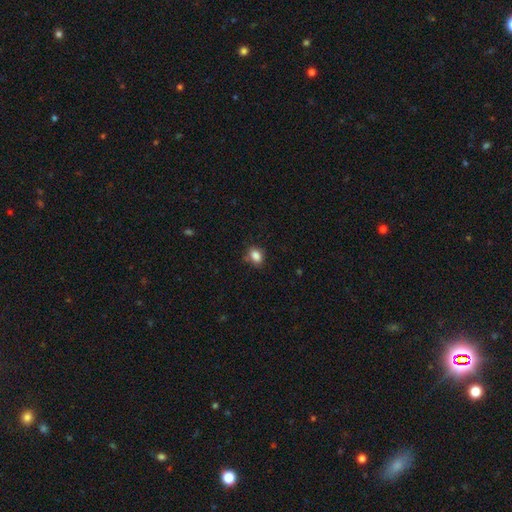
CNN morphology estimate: smooth-or-featured: smooth: 85% | star or artifact: 10% | featured or disk: 5%
  how-rounded: in between: 71% | round: 27% | cigar-shaped: 2%
  merging: none: 73% | minor disturbance: 19% | merger: 4% | major disturbance: 4%